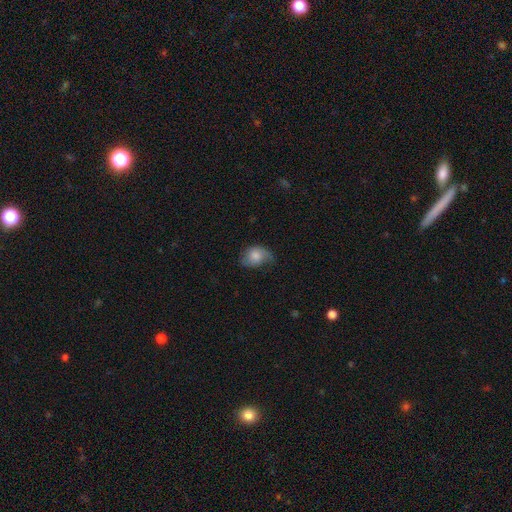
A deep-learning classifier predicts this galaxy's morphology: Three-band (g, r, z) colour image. It shows a smooth galaxy with no disk features (67%) that is in between round and cigar-shaped (65%). Merging: none (45%).